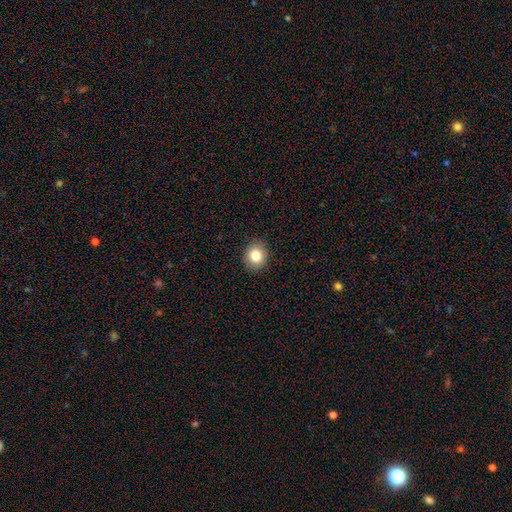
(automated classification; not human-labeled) A smooth galaxy with no disk features (83%) that is round (65%). Merging: none (90%).